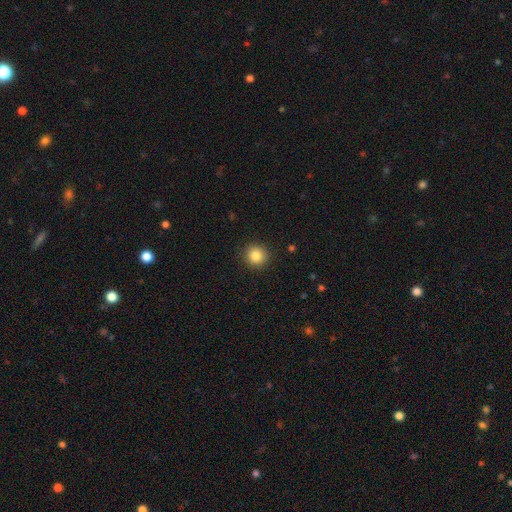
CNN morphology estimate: Smooth or featured: smooth — 85% (star or artifact — 10%)
How rounded: round — 93% (in between — 6%)
Merging: none — 91% (minor disturbance — 6%)